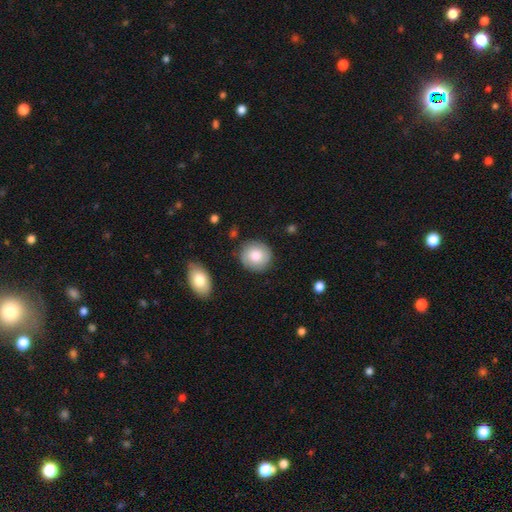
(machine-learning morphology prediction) This appears to be a smooth galaxy with no disk features (79%) that is round (89%). Merging: none (87%).